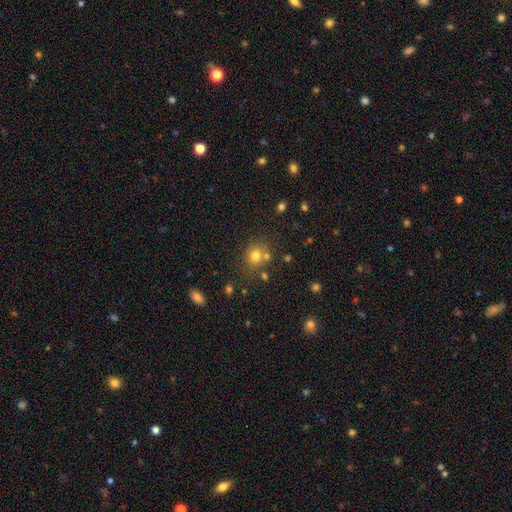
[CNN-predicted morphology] Smooth or featured?
  - smooth: 75% *
  - star or artifact: 16%
  - featured or disk: 10%
How rounded?
  - round: 75% *
  - in between: 24%
  - cigar-shaped: 1%
Merging?
  - none: 65% *
  - merger: 18%
  - minor disturbance: 12%
  - major disturbance: 5%